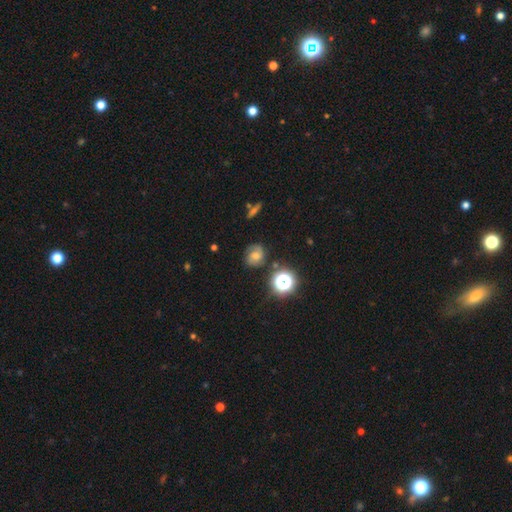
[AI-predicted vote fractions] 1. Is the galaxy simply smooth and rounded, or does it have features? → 38% smooth, 36% featured or disk, 26% star or artifact.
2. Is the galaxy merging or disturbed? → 75% none, 16% minor disturbance, 6% major disturbance, 3% merger.